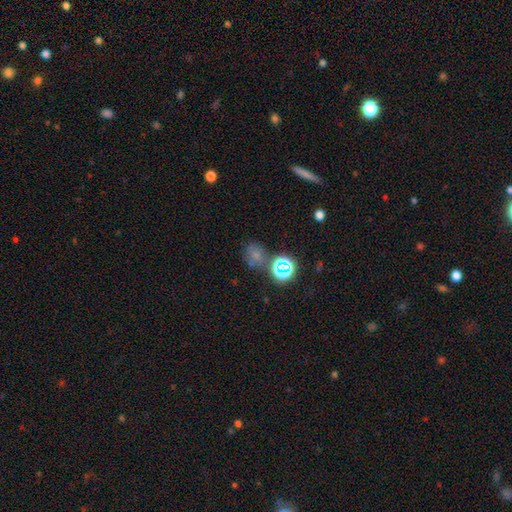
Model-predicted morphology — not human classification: Smooth or featured? smooth (53%)
How rounded? round (70%)
Merging? none (65%)